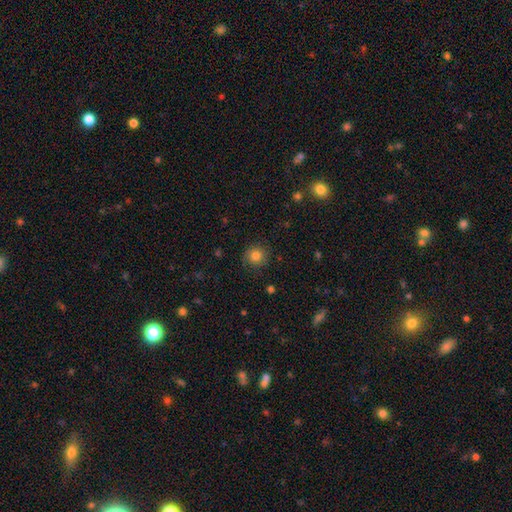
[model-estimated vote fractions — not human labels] This appears to be a smooth galaxy with no disk features (82%) that is round (90%). Merging: none (85%).